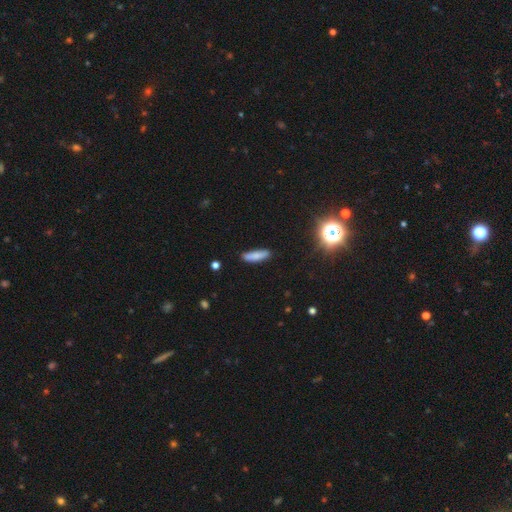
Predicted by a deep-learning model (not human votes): The model was most divided on "how rounded": cigar-shaped: 68%, in between: 30%, round: 2%. More confident: merging — none (85%); smooth or featured — smooth (80%).